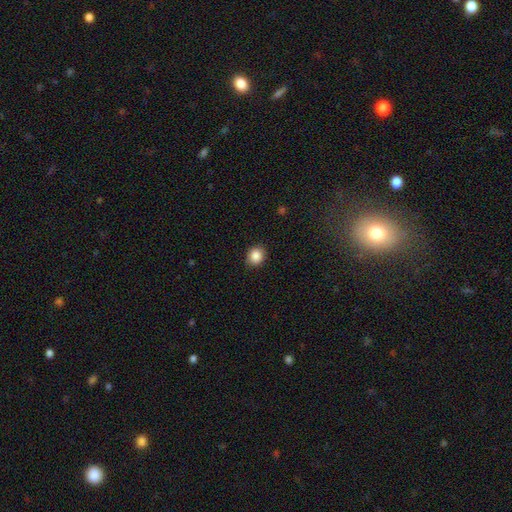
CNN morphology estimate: This is clearly a smooth galaxy (87%). How rounded: likely round (73%). Merging: clearly none (86%).